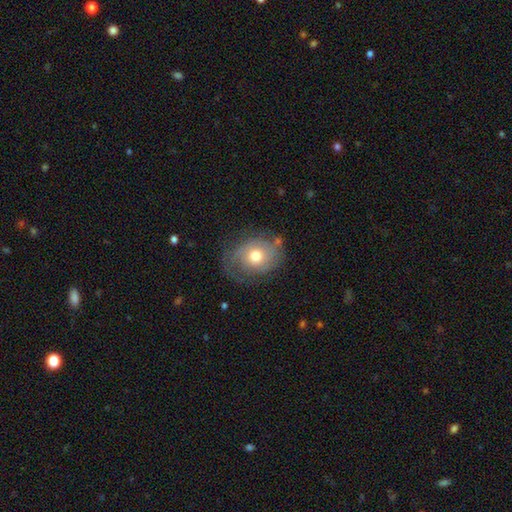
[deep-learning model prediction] A featured or disk galaxy (51%).

Vote fractions:
- Smooth or featured? featured or disk: 51% / smooth: 42% / star or artifact: 8%
- Edge-on disk? no: 96% / yes: 4%
- Merging? none: 61% / minor disturbance: 23% / major disturbance: 13% / merger: 3%